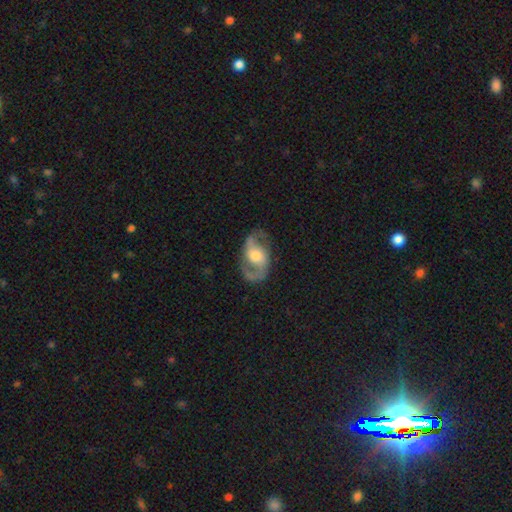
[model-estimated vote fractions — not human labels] Smooth or featured? featured or disk (83%)
Edge-on disk? no (96%)
Bar? no (47%)
Spiral arms? yes (91%)
Spiral winding? medium (51%)
Spiral arm count? 2 (91%)
Bulge size? moderate (62%)
Merging? none (77%)